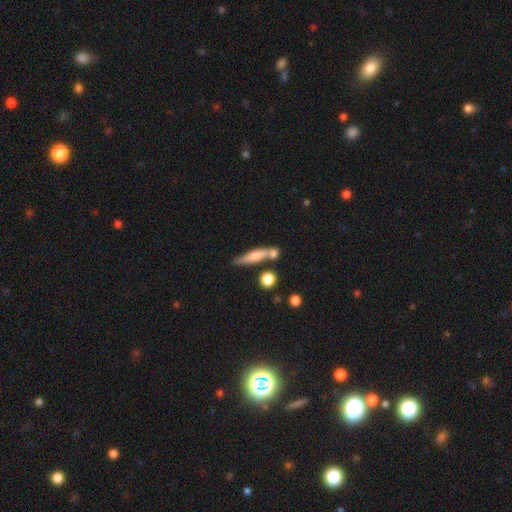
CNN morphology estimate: Q: Smooth or featured?
A: smooth (61%); runner-up: featured or disk (32%)
Q: How rounded?
A: cigar-shaped (79%); runner-up: in between (16%)
Q: Merging?
A: none (61%); runner-up: merger (19%)